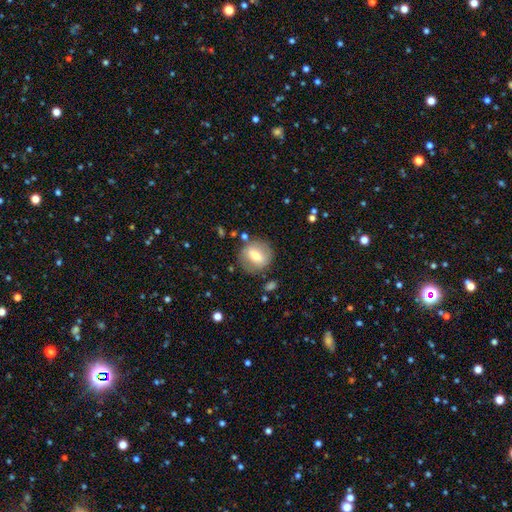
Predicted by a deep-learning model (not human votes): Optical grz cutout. It shows a smooth galaxy with no disk features (58%) that is round (80%). Merging: none (80%).